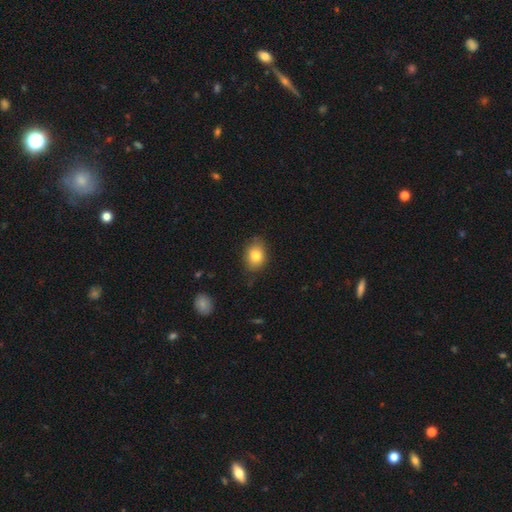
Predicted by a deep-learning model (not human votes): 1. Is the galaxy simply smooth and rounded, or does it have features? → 81% smooth, 10% featured or disk, 9% star or artifact.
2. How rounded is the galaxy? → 65% in between, 34% round, 1% cigar-shaped.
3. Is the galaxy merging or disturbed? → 79% none, 17% minor disturbance, 3% major disturbance, 1% merger.